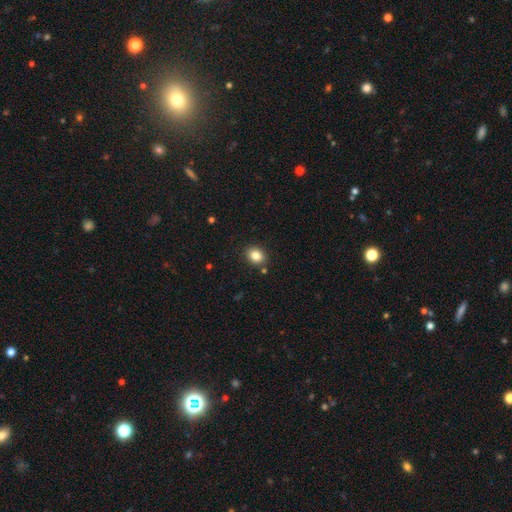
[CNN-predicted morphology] The model was most divided on "how rounded": round: 53%, in between: 46%, cigar-shaped: 1%. More confident: merging — none (87%); smooth or featured — smooth (84%).